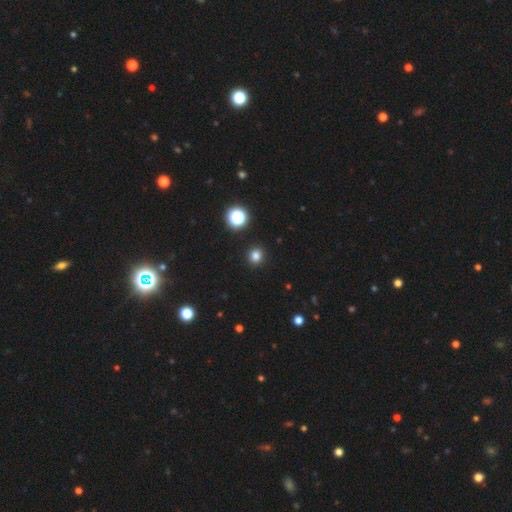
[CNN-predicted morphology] This is clearly a smooth galaxy (81%). How rounded: clearly round (87%). Merging: clearly none (92%).